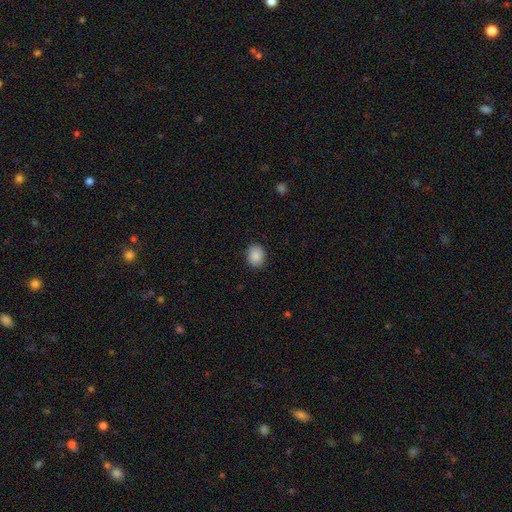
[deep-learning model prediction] A smooth galaxy with no disk features (88%) that is round (64%). Merging: none (88%).